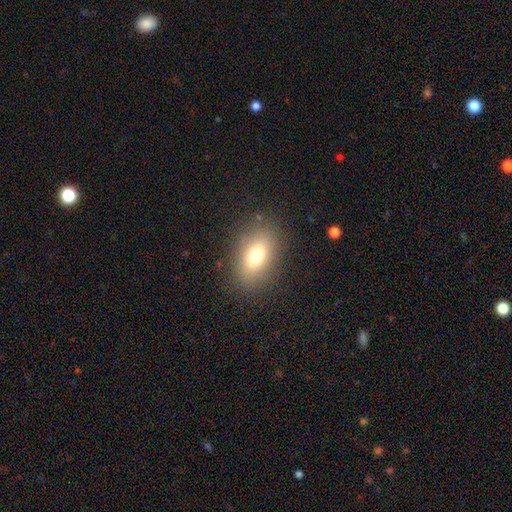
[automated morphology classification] A smooth galaxy with no disk features (75%) that is in between round and cigar-shaped (86%). Merging: none (84%).